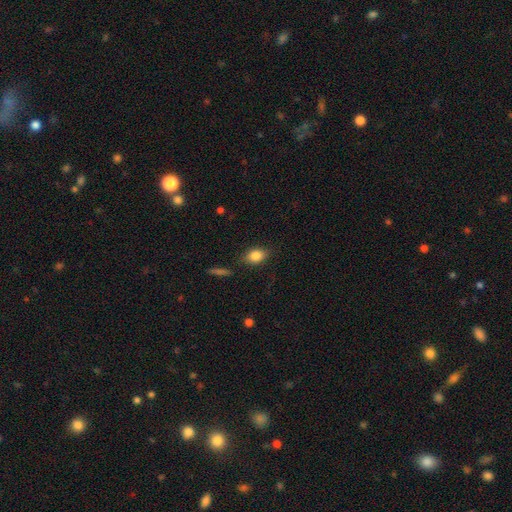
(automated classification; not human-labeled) smooth_or_featured: smooth (p=0.83) [alt: star or artifact p=0.08]
how_rounded: in between (p=0.76) [alt: round p=0.21]
merging: none (p=0.82) [alt: minor disturbance p=0.12]